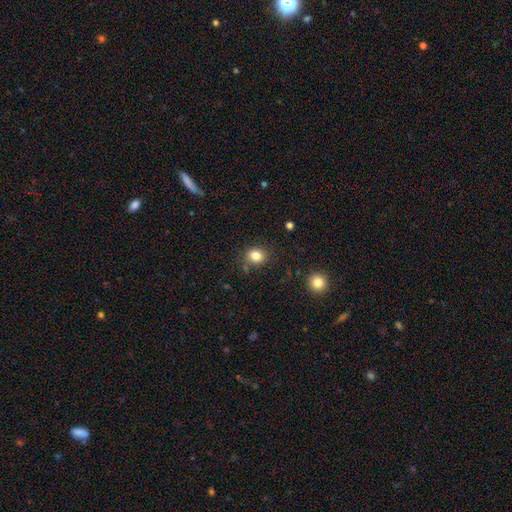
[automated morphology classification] Overall: smooth (82%). How rounded: round (65%; in between 34%). Merging: none (81%).